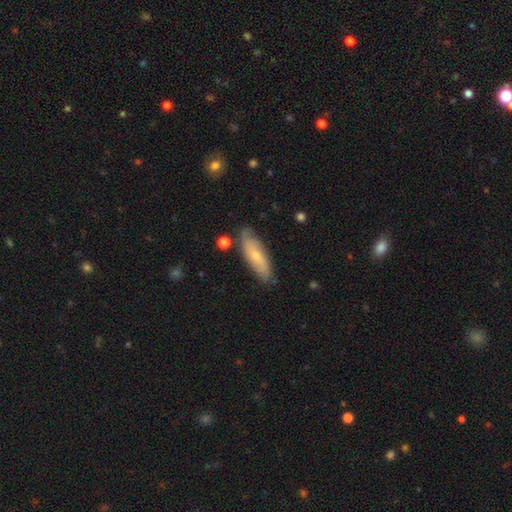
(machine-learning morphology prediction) Q: Smooth or featured?
A: smooth (54%); runner-up: featured or disk (40%)
Q: How rounded?
A: in between (53%); runner-up: cigar-shaped (45%)
Q: Merging?
A: none (78%); runner-up: minor disturbance (16%)